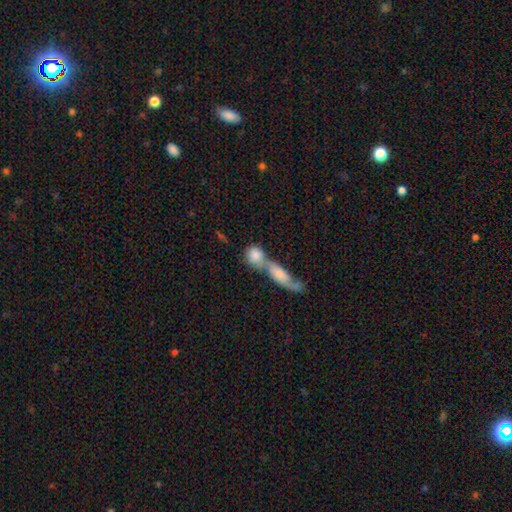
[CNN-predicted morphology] smooth-or-featured: smooth: 76% | featured or disk: 17% | star or artifact: 7%
  how-rounded: round: 56% | in between: 34% | cigar-shaped: 10%
  merging: merger: 66% | none: 22% | minor disturbance: 7% | major disturbance: 5%